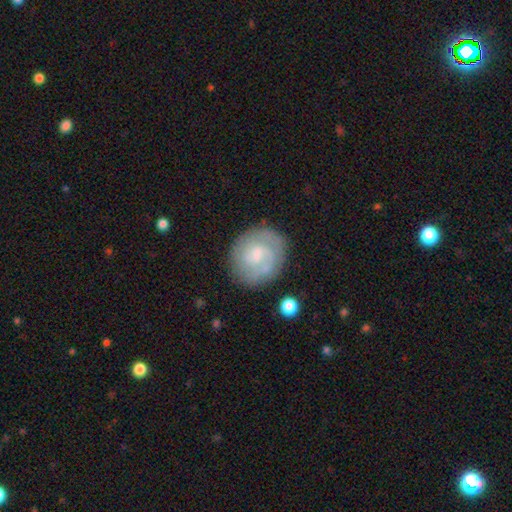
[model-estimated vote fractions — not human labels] Smooth or featured? featured or disk (63%)
Edge-on disk? no (98%)
Bar? no (54%)
Spiral arms? yes (83%)
Spiral winding? tight (58%)
Spiral arm count? 2 (48%)
Bulge size? small (51%)
Merging? none (77%)